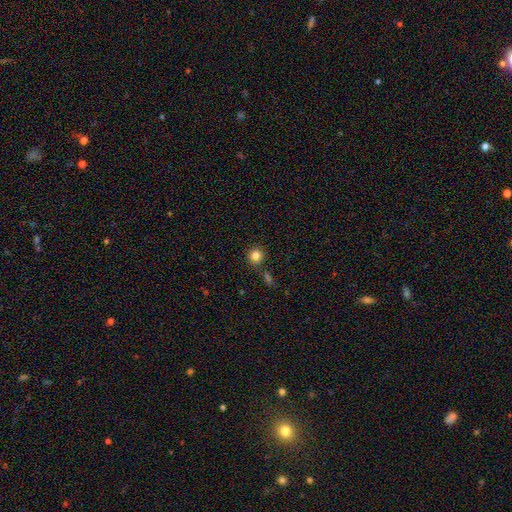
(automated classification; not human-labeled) A smooth galaxy with no disk features (83%) that is round (92%).

Vote fractions:
- Smooth or featured? smooth: 83% / star or artifact: 11% / featured or disk: 5%
- How rounded? round: 92% / in between: 7% / cigar-shaped: 1%
- Merging? none: 84% / minor disturbance: 8% / merger: 6% / major disturbance: 3%